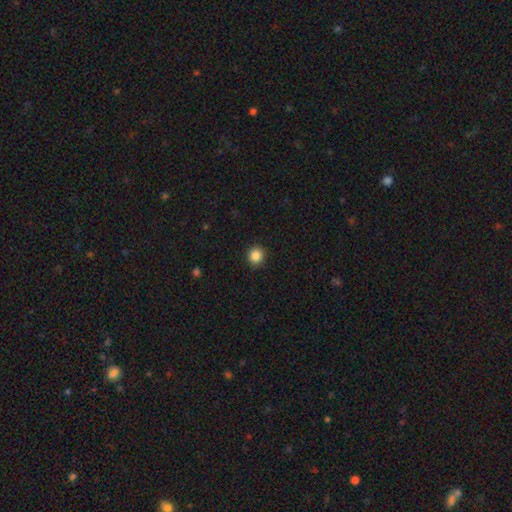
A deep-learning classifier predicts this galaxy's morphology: Smooth or featured: smooth — 87% (star or artifact — 10%)
How rounded: round — 91% (in between — 8%)
Merging: none — 91% (minor disturbance — 6%)